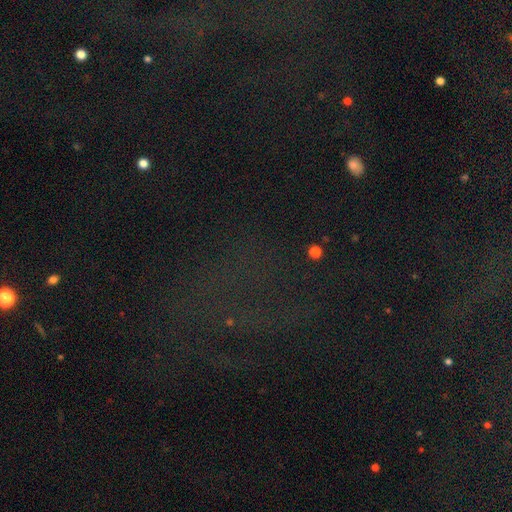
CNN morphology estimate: type=star or artifact (67%).